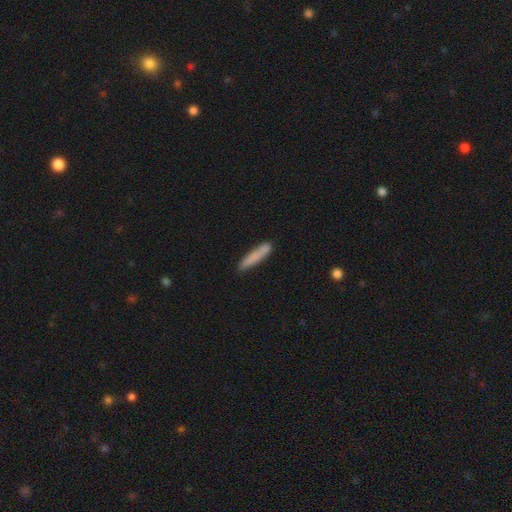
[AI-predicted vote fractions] A smooth galaxy with no disk features (79%) that is cigar-shaped (92%).

Vote fractions:
- Smooth or featured? smooth: 79% / featured or disk: 15% / star or artifact: 6%
- How rounded? cigar-shaped: 92% / in between: 7% / round: 1%
- Merging? none: 83% / minor disturbance: 12% / merger: 3% / major disturbance: 2%